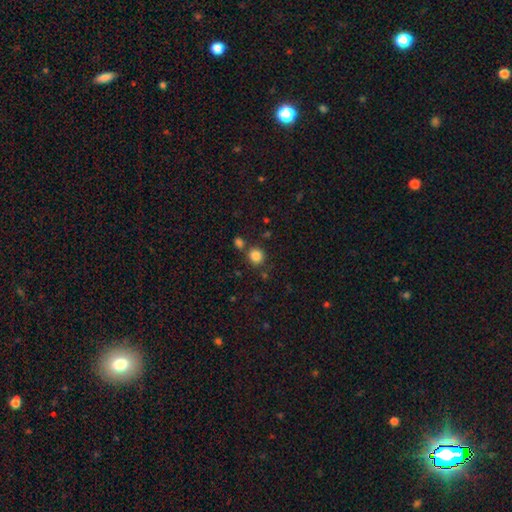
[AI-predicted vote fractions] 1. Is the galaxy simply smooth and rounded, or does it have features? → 84% smooth, 11% star or artifact, 4% featured or disk.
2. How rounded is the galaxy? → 88% round, 11% in between, 1% cigar-shaped.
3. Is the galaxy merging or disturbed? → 74% none, 14% merger, 9% minor disturbance, 3% major disturbance.